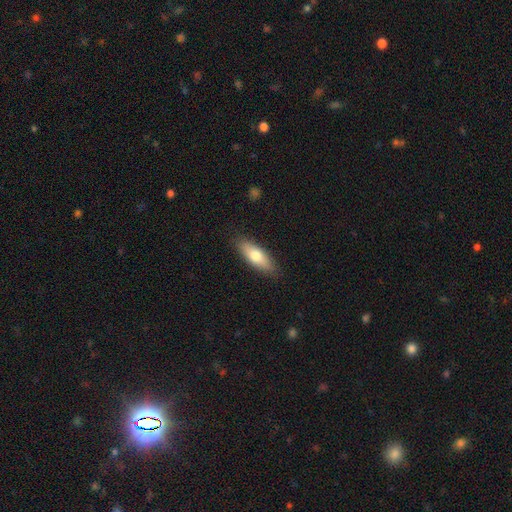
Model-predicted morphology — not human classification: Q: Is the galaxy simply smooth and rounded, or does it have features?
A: smooth — 72%.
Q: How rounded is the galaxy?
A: in between — 63%.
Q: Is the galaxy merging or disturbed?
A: none — 87%.